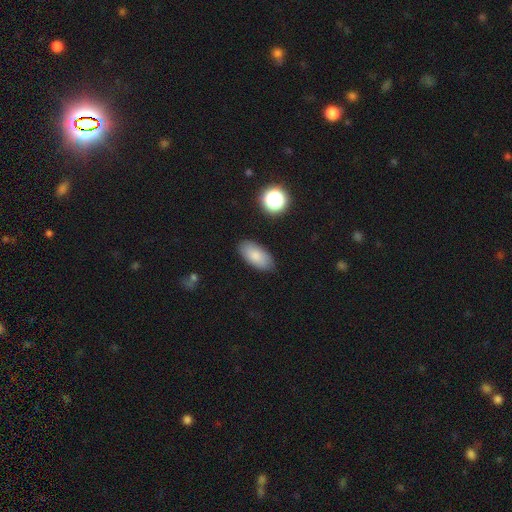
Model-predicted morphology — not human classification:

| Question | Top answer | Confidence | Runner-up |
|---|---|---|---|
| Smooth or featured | smooth | 83% | featured or disk (9%) |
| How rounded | in between | 92% | cigar-shaped (5%) |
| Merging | none | 85% | minor disturbance (11%) |